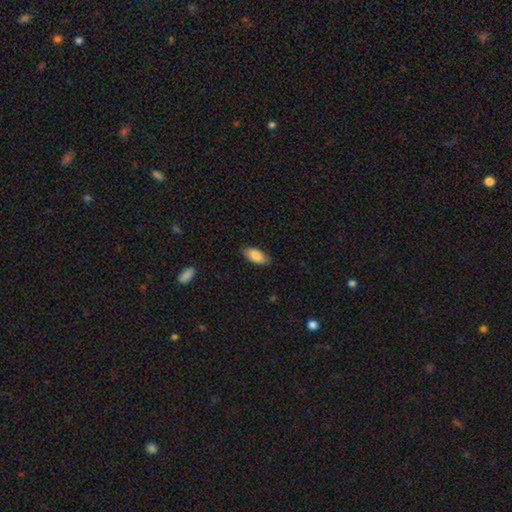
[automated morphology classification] A smooth galaxy with no disk features (86%) that is in between round and cigar-shaped (89%).

Vote fractions:
- Smooth or featured? smooth: 86% / featured or disk: 8% / star or artifact: 6%
- How rounded? in between: 89% / cigar-shaped: 9% / round: 2%
- Merging? none: 83% / minor disturbance: 14% / major disturbance: 3% / merger: 1%